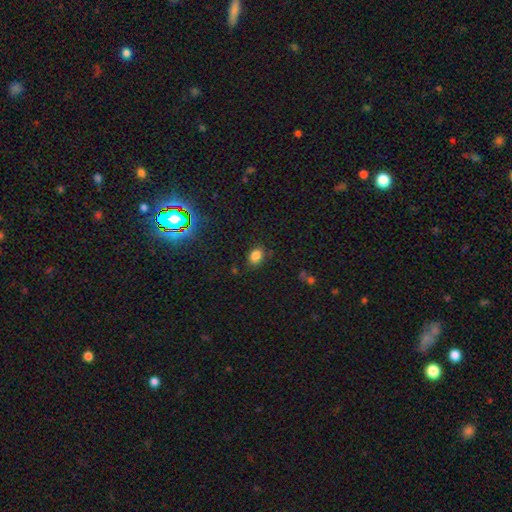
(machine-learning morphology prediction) A smooth galaxy with no disk features (81%) that is in between round and cigar-shaped (73%). Merging: none (83%).